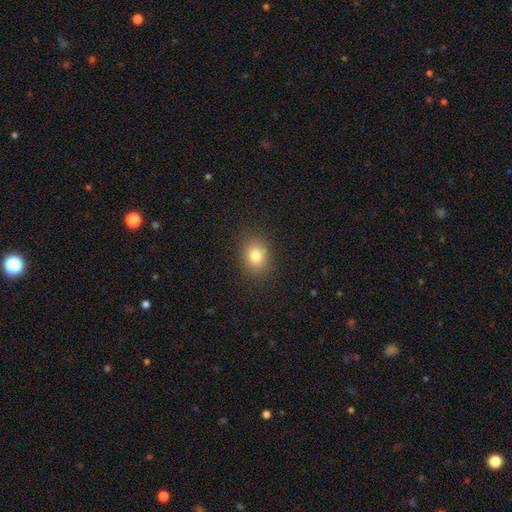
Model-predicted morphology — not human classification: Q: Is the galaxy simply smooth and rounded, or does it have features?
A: smooth — 80%.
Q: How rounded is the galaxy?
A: in between — 50%.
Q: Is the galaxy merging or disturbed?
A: none — 88%.